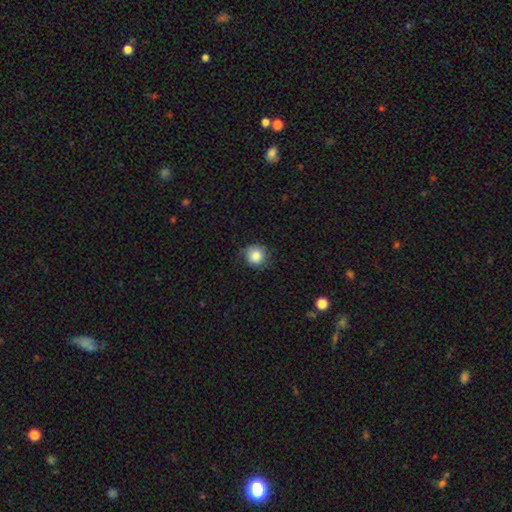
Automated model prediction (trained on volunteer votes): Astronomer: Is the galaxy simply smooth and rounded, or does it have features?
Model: smooth — 85%.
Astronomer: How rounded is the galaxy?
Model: round — 90%.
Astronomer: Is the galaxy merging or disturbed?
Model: none — 77%.